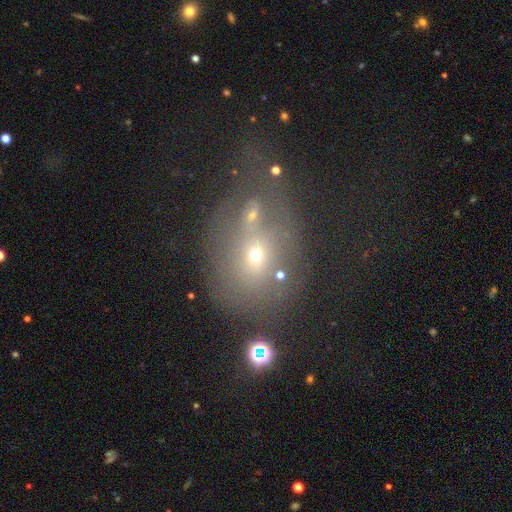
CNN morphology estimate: Smooth or featured? smooth (46%)
Merging? merger (37%)